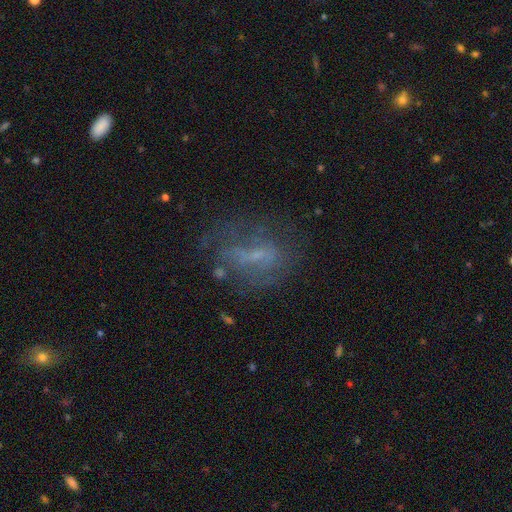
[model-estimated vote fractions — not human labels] Morphology: type=featured or disk (53%); edge-on=no (90%); merging=none (55%).